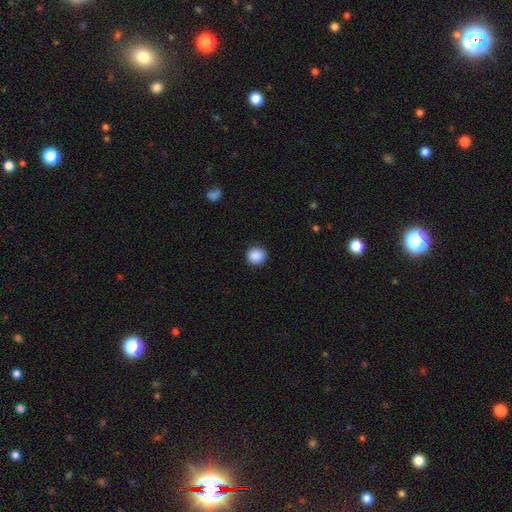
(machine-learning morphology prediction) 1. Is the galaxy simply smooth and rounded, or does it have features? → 89% smooth, 8% star or artifact, 3% featured or disk.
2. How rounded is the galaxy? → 89% round, 10% in between, 1% cigar-shaped.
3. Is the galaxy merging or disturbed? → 91% none, 6% minor disturbance, 2% major disturbance, 1% merger.